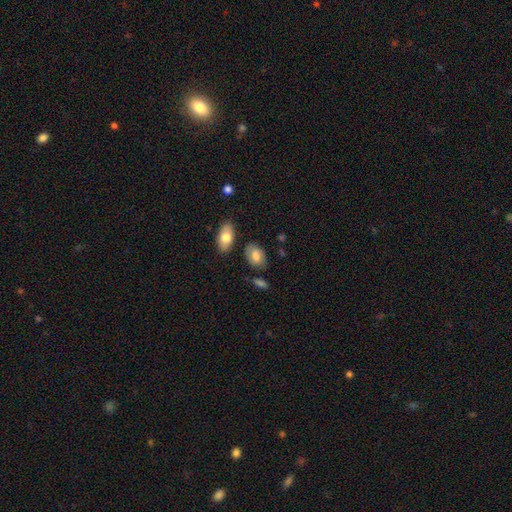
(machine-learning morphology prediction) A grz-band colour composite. It shows a smooth galaxy with no disk features (78%) that is in between round and cigar-shaped (86%). Merging: none (74%).